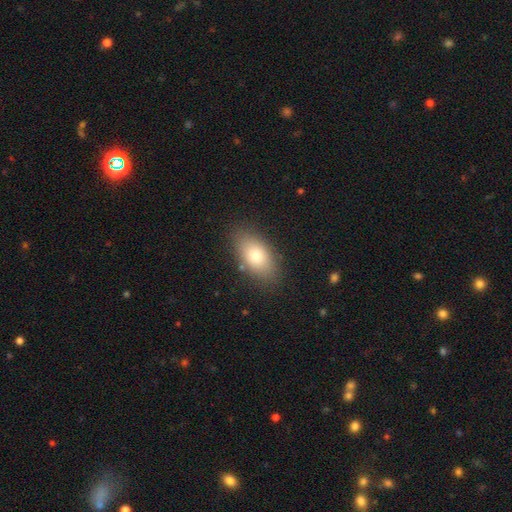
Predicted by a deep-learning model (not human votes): Q: Smooth or featured?
A: smooth (80%); runner-up: featured or disk (12%)
Q: How rounded?
A: in between (91%); runner-up: round (5%)
Q: Merging?
A: none (82%); runner-up: minor disturbance (13%)